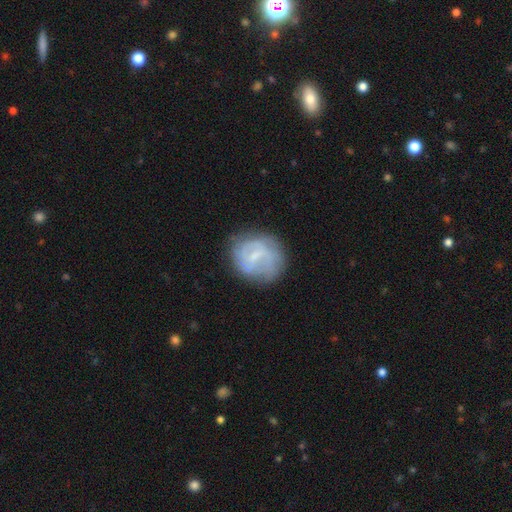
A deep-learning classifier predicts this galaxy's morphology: Smooth or featured?
  - featured or disk: 58% *
  - smooth: 34%
  - star or artifact: 8%
Edge-on disk?
  - no: 98% *
  - yes: 2%
Bar?
  - weak: 57% *
  - no: 25%
  - strong: 18%
Spiral arms?
  - yes: 62% *
  - no: 38%
Bulge size?
  - small: 49% *
  - none: 28%
  - moderate: 21%
  - large: 2%
  - dominant: 1%
Merging?
  - none: 66% *
  - minor disturbance: 21%
  - major disturbance: 11%
  - merger: 2%